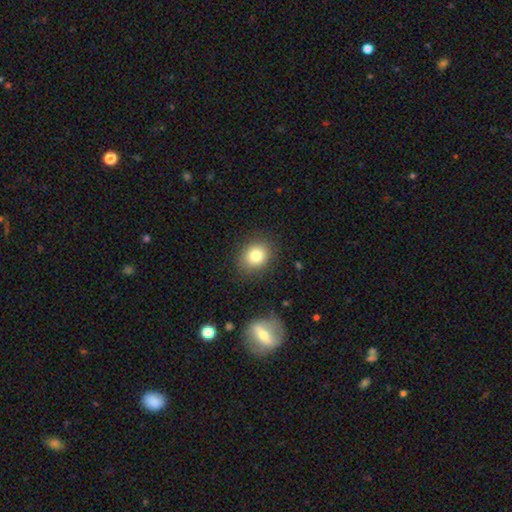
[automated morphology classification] smooth 80%, star or artifact 11%, featured or disk 8%. Down the decision tree: how rounded — round (69%); merging — none (86%).